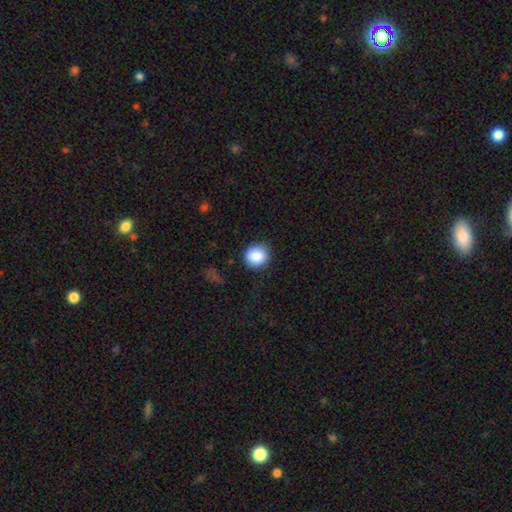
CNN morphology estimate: smooth_or_featured: smooth (p=0.86) [alt: star or artifact p=0.09]
how_rounded: round (p=0.90) [alt: in between p=0.09]
merging: none (p=0.85) [alt: minor disturbance p=0.11]